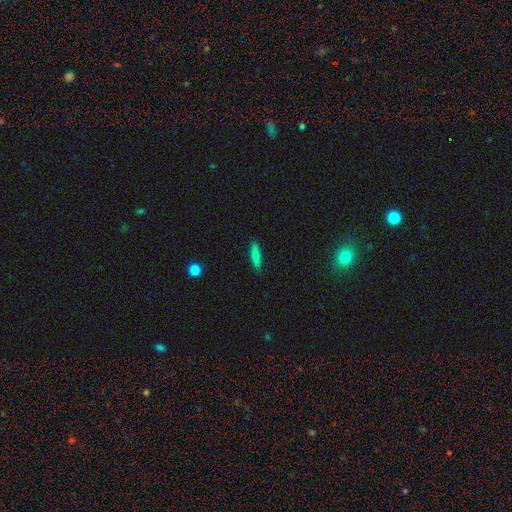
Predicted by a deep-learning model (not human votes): Smooth or featured? smooth (80%)
How rounded? cigar-shaped (70%)
Merging? none (88%)